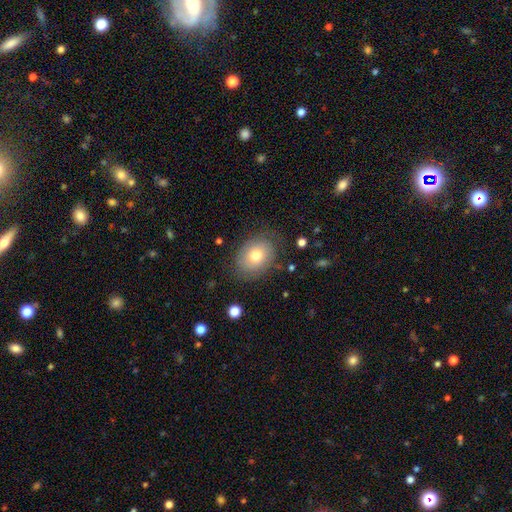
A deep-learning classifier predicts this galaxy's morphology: smooth 71%, featured or disk 19%, star or artifact 9%. Down the decision tree: how rounded — in between (63%); merging — none (76%).